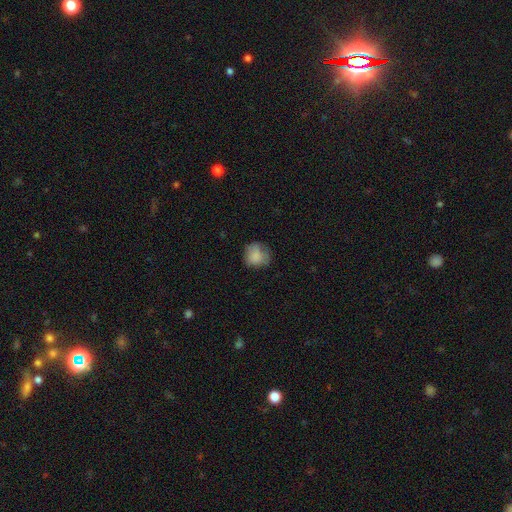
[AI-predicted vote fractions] Smooth or featured? Predicted: smooth (p=0.79). How rounded? Predicted: round (p=0.80). Merging? Predicted: none (p=0.65).